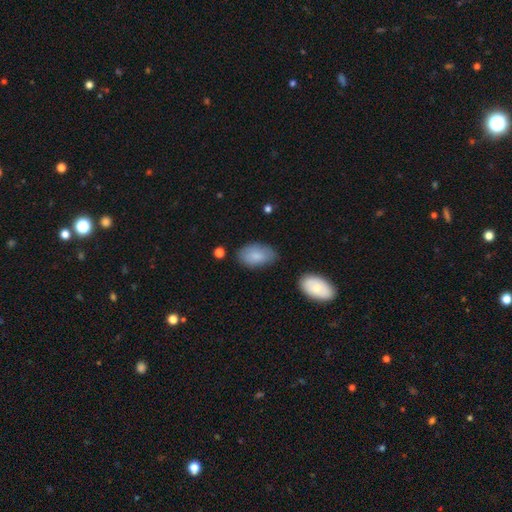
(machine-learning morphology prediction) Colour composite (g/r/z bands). It shows a smooth galaxy with no disk features (82%) that is in between round and cigar-shaped (93%). Merging: none (71%).